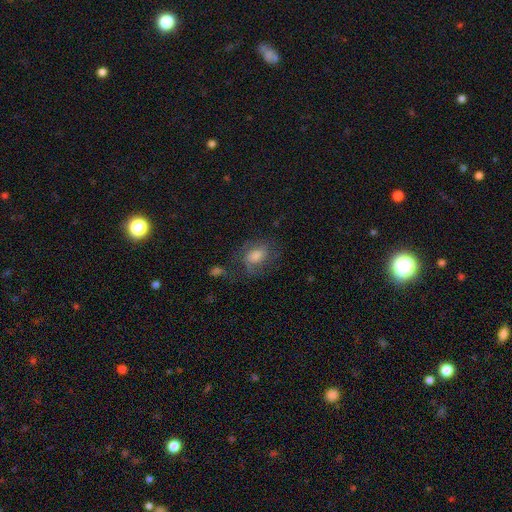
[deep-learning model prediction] Smooth or featured? Predicted: smooth (p=0.50). Merging? Predicted: none (p=0.56).